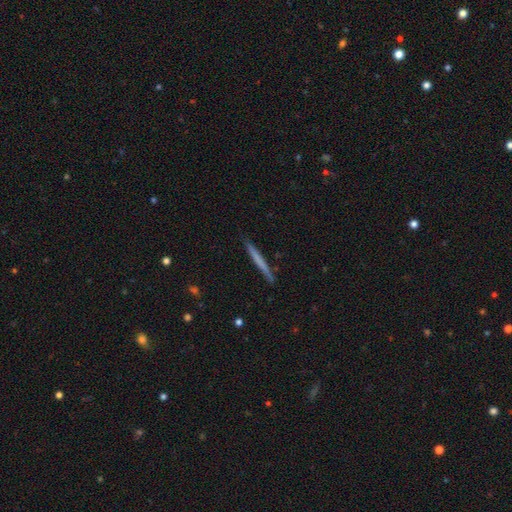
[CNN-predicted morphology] This is possibly a smooth galaxy (54%). How rounded: clearly cigar-shaped (97%). Merging: clearly none (91%).